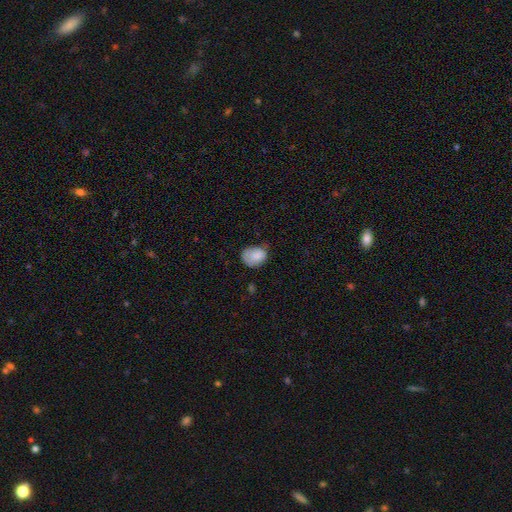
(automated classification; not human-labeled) This appears to be a smooth galaxy with no disk features (80%) that is in between round and cigar-shaped (63%). Merging: none (46%).